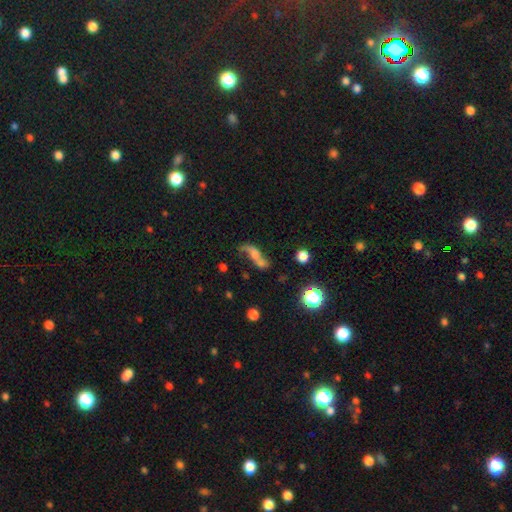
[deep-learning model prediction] Q: Smooth or featured?
A: featured or disk (49%); runner-up: smooth (36%)
Q: Merging?
A: none (34%); runner-up: merger (29%)